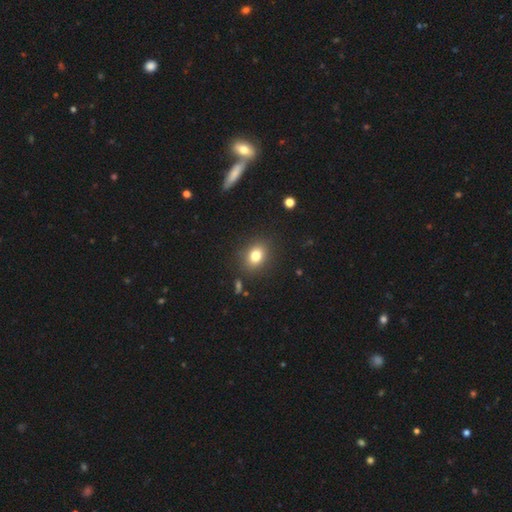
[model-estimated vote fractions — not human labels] This appears to be a smooth galaxy with no disk features (80%) that is in between round and cigar-shaped (54%). Merging: none (86%).